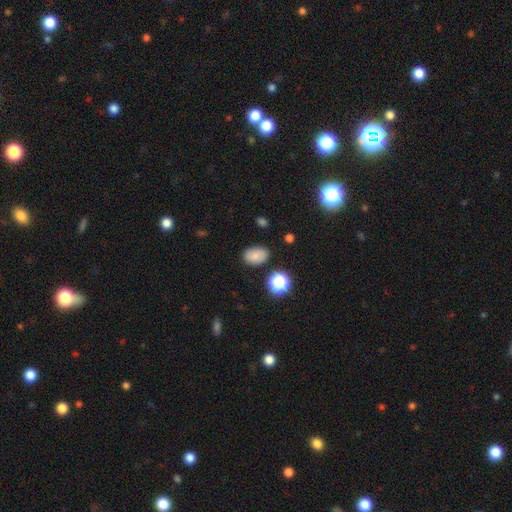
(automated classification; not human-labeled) A smooth galaxy with no disk features (80%) that is in between round and cigar-shaped (83%).

Vote fractions:
- Smooth or featured? smooth: 80% / star or artifact: 12% / featured or disk: 8%
- How rounded? in between: 83% / round: 16% / cigar-shaped: 1%
- Merging? none: 82% / minor disturbance: 13% / major disturbance: 3% / merger: 2%